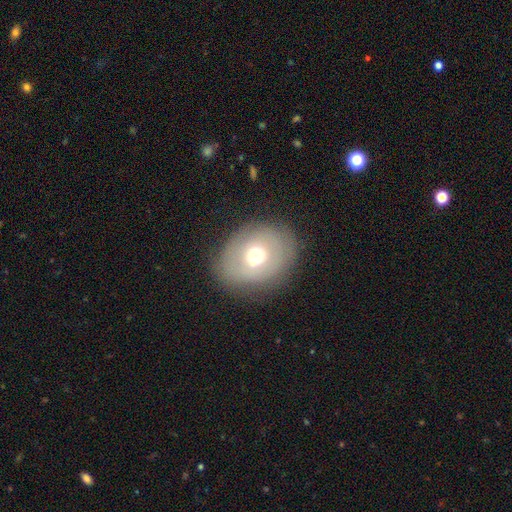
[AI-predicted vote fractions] This appears to be a smooth galaxy with no disk features (59%) that is round (50%). Merging: none (76%).